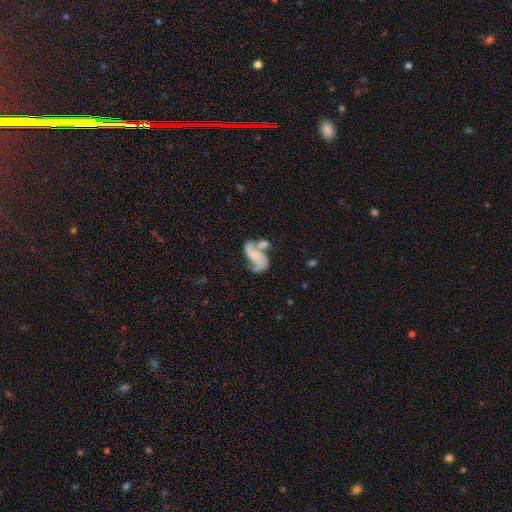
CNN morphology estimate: Smooth or featured? Predicted: featured or disk (p=0.70). Edge-on disk? Predicted: no (p=0.97). Bar? Predicted: no (p=0.65). Spiral arms? Predicted: yes (p=0.87). Spiral winding? Predicted: loose (p=0.70). Spiral arm count? Predicted: 2 (p=0.87). Bulge size? Predicted: none (p=0.57). Merging? Predicted: merger (p=0.36).